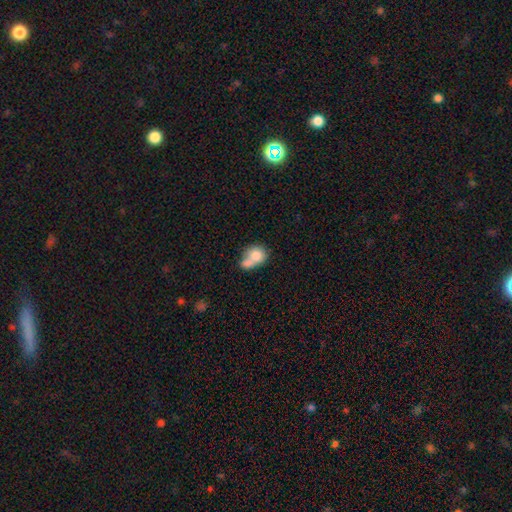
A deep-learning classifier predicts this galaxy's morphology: type=smooth (75%); roundness=round (58%); merging=merger (63%).